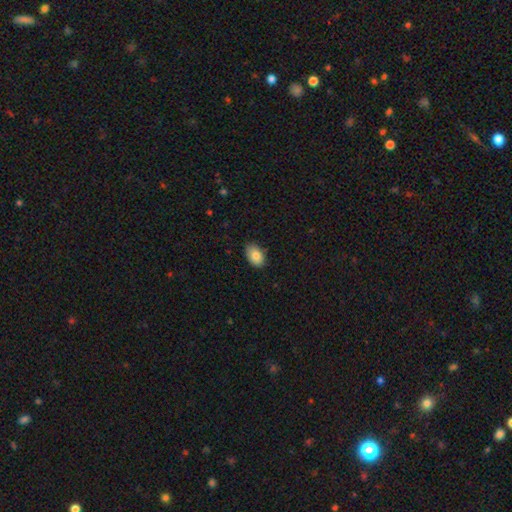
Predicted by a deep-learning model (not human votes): Morphology: type=smooth (86%); roundness=in between (89%); merging=none (81%).